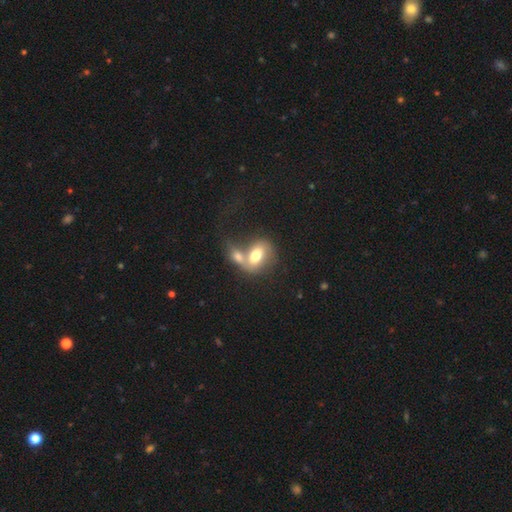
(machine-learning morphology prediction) Smooth or featured?
  - smooth: 66% *
  - featured or disk: 27%
  - star or artifact: 8%
How rounded?
  - in between: 78% *
  - round: 19%
  - cigar-shaped: 3%
Merging?
  - merger: 67% *
  - none: 19%
  - minor disturbance: 7%
  - major disturbance: 7%